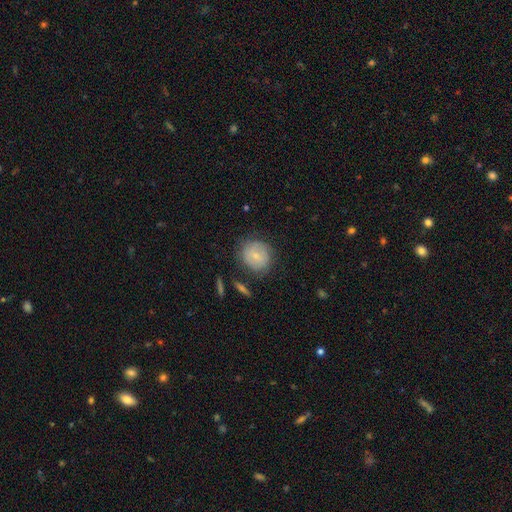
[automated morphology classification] smooth-or-featured: smooth: 70% | featured or disk: 22% | star or artifact: 8%
  how-rounded: round: 82% | in between: 17% | cigar-shaped: 1%
  merging: none: 75% | minor disturbance: 17% | major disturbance: 5% | merger: 3%